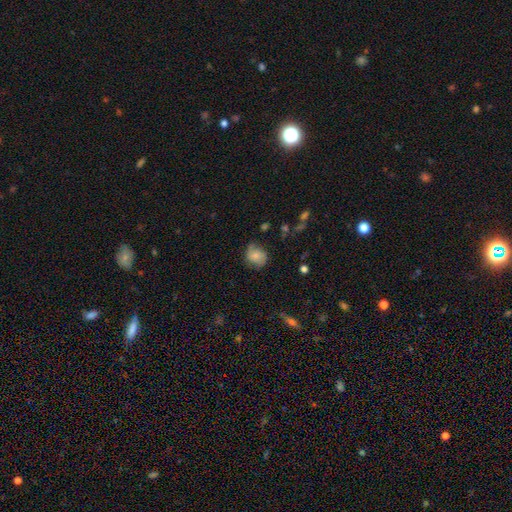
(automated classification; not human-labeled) Q: Smooth or featured?
A: smooth (65%); runner-up: featured or disk (26%)
Q: How rounded?
A: round (65%); runner-up: in between (34%)
Q: Merging?
A: none (63%); runner-up: minor disturbance (27%)